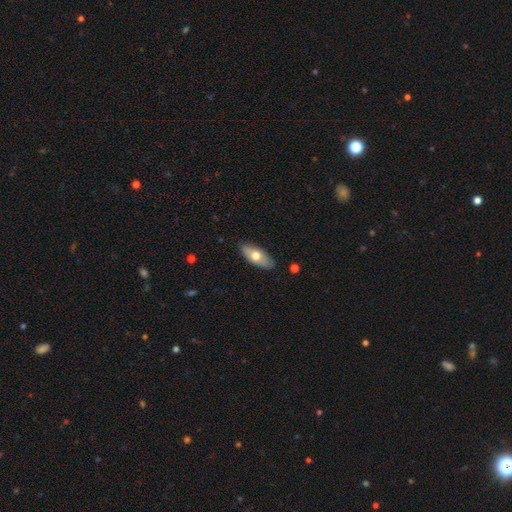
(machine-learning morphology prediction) This appears to be a smooth galaxy with no disk features (63%) that is in between round and cigar-shaped (84%). Merging: none (84%).